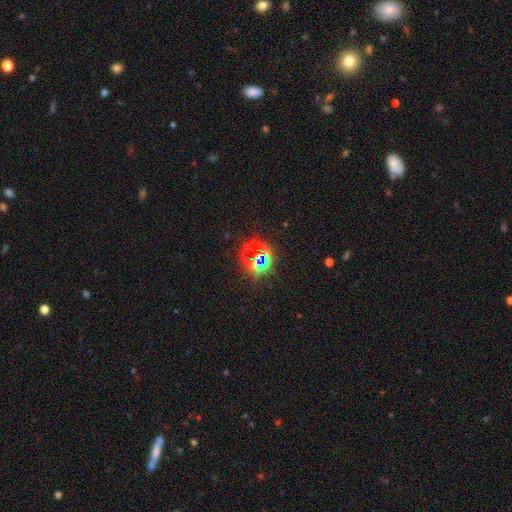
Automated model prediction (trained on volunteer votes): Smooth or featured?
  - star or artifact: 76% *
  - smooth: 15%
  - featured or disk: 9%